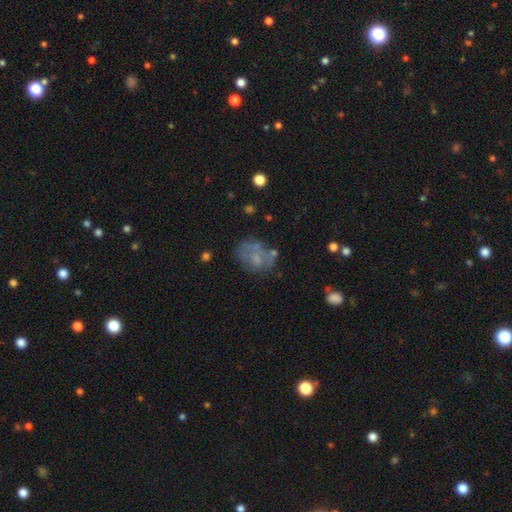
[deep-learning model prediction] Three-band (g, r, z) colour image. It shows a smooth galaxy with no disk features (46%). Merging: none (48%).